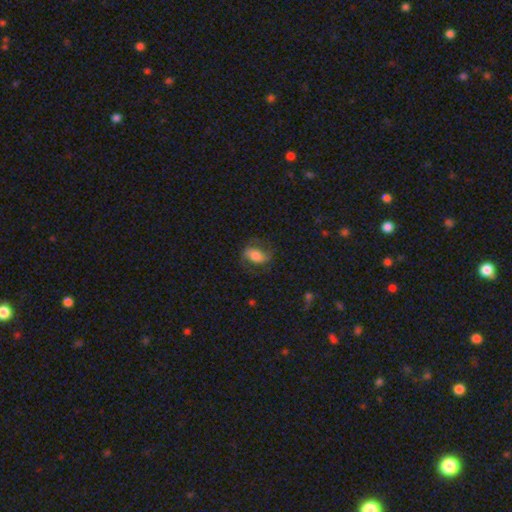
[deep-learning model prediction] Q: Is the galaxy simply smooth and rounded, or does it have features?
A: smooth — 53%.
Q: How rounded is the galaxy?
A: in between — 80%.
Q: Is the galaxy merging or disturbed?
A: none — 65%.